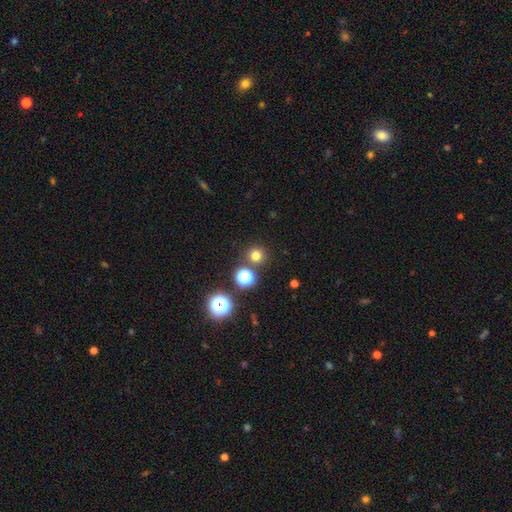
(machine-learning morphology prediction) smooth 74%, star or artifact 20%, featured or disk 5%. Down the decision tree: how rounded — round (95%); merging — none (86%).